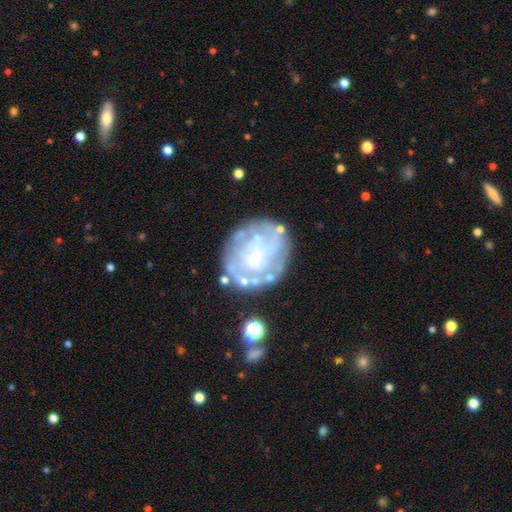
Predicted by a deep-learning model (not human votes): Morphology: type=featured or disk (68%); edge-on=no (98%); bar=no (79%); spiral arms=no (55%); bulge=none (45%); merging=none (66%).